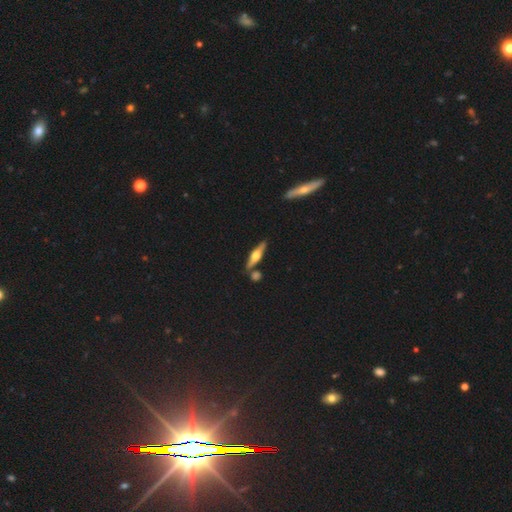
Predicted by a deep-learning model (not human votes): Smooth or featured? featured or disk (64%)
Edge-on disk? yes (94%)
Edge-on bulge? rounded (92%)
Merging? none (80%)